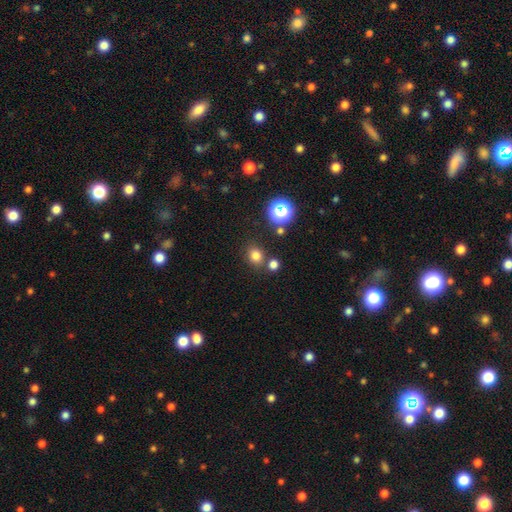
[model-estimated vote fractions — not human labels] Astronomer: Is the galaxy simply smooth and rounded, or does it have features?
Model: smooth — 76%.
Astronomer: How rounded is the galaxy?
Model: round — 72%.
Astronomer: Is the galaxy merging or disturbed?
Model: none — 76%.